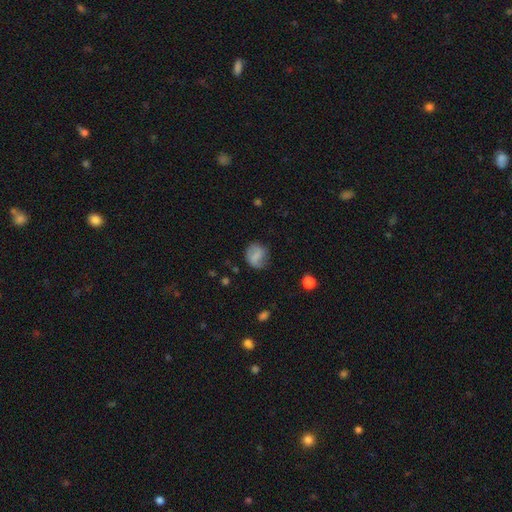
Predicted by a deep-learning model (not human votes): Smooth or featured? Predicted: smooth (p=0.62). How rounded? Predicted: round (p=0.72). Merging? Predicted: none (p=0.66).